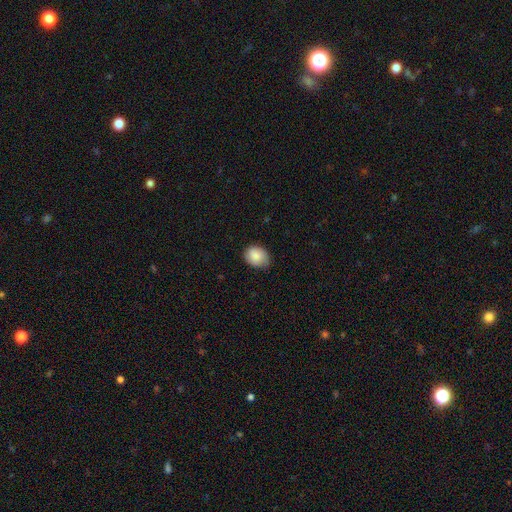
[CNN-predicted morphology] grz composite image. It shows a smooth galaxy with no disk features (85%) that is in between round and cigar-shaped (53%). Merging: none (62%).